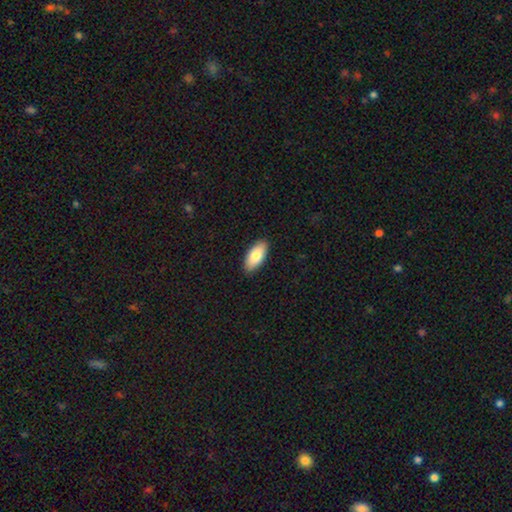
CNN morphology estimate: type=smooth (82%); roundness=in between (91%); merging=none (89%).